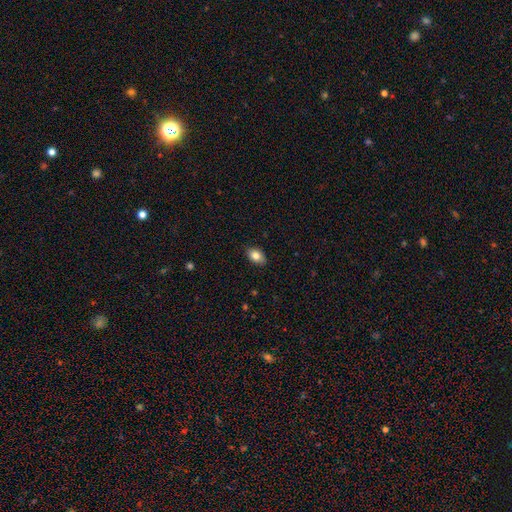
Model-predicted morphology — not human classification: Smooth or featured? Predicted: smooth (p=0.82). How rounded? Predicted: in between (p=0.86). Merging? Predicted: none (p=0.87).